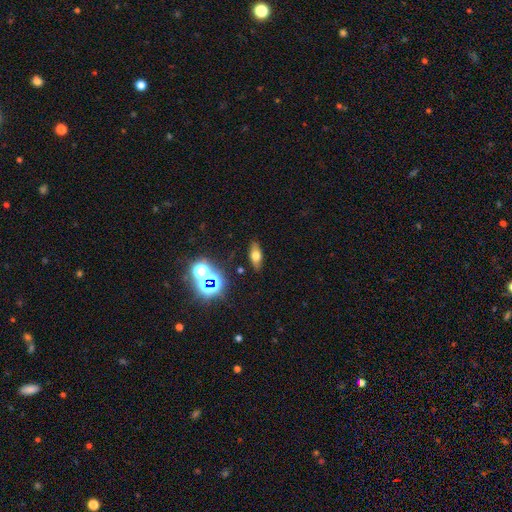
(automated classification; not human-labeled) Smooth or featured? Predicted: smooth (p=0.57). How rounded? Predicted: in between (p=0.73). Merging? Predicted: none (p=0.86).